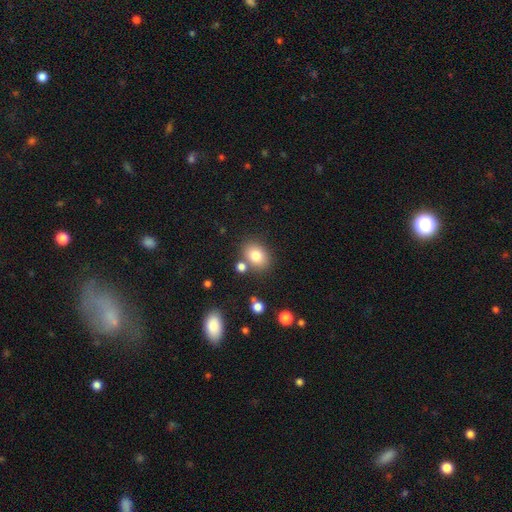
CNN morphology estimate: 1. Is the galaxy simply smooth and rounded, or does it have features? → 80% smooth, 11% star or artifact, 10% featured or disk.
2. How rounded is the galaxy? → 61% in between, 38% round, 1% cigar-shaped.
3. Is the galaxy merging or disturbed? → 74% none, 11% minor disturbance, 11% merger, 3% major disturbance.